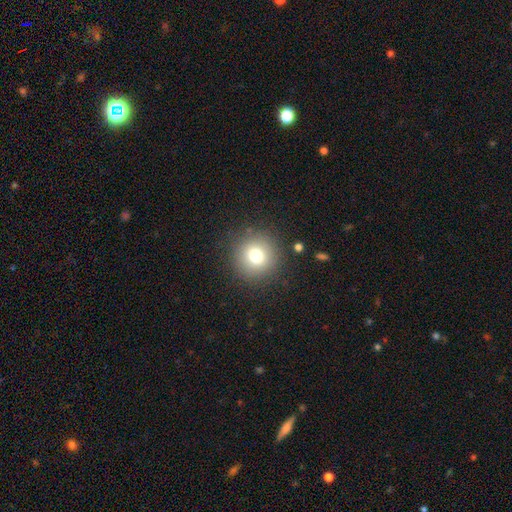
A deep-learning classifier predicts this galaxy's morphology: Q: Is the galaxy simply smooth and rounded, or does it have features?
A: smooth — 76%.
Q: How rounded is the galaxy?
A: round — 94%.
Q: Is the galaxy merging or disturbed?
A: none — 88%.